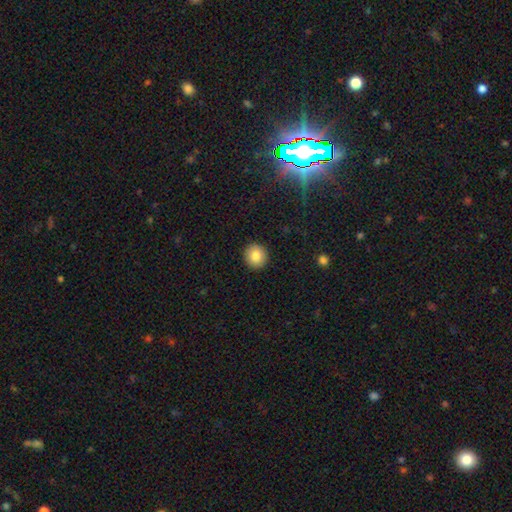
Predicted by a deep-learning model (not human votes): This appears to be a smooth galaxy with no disk features (83%) that is round (92%). Merging: none (93%).